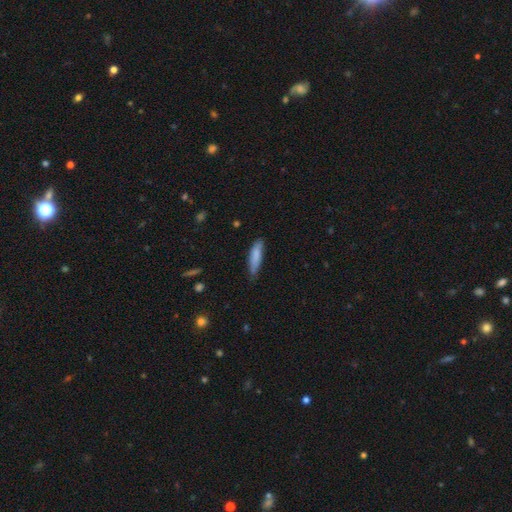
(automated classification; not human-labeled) The model was most divided on "merging": none: 66%, minor disturbance: 28%, major disturbance: 4%, merger: 2%. More confident: smooth or featured — smooth (81%); how rounded — cigar-shaped (69%).